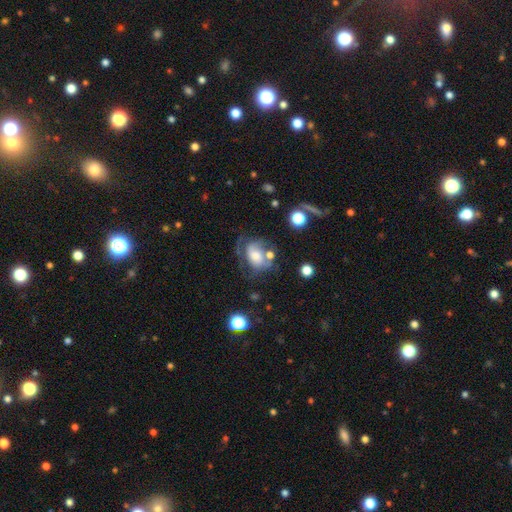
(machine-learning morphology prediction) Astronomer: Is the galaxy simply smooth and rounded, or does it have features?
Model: featured or disk — 58%.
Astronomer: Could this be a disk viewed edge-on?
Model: no — 97%.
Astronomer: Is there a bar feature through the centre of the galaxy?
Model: no — 66%.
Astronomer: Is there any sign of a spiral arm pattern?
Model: yes — 76%.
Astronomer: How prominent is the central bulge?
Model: moderate — 42% (runner-up: large, 24%).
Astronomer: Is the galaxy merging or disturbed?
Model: none — 35% (runner-up: major disturbance, 30%).